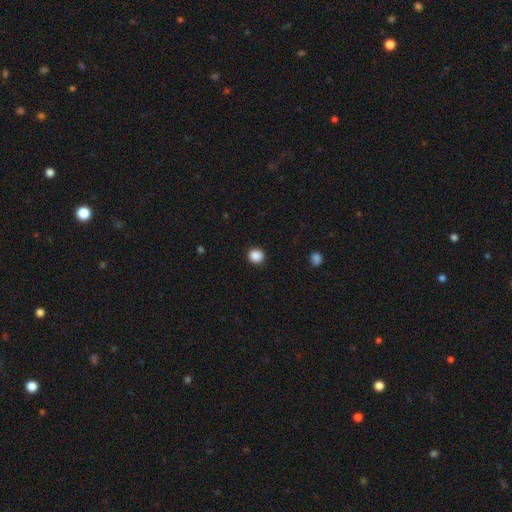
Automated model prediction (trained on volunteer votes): Q: Smooth or featured?
A: smooth (88%); runner-up: star or artifact (9%)
Q: How rounded?
A: round (89%); runner-up: in between (10%)
Q: Merging?
A: none (91%); runner-up: minor disturbance (6%)